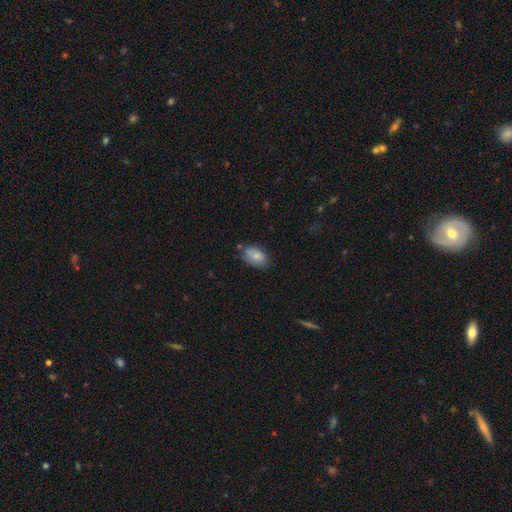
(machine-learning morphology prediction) smooth-or-featured: smooth: 78% | featured or disk: 14% | star or artifact: 8%
  how-rounded: in between: 88% | round: 11% | cigar-shaped: 1%
  merging: none: 64% | minor disturbance: 26% | merger: 5% | major disturbance: 5%